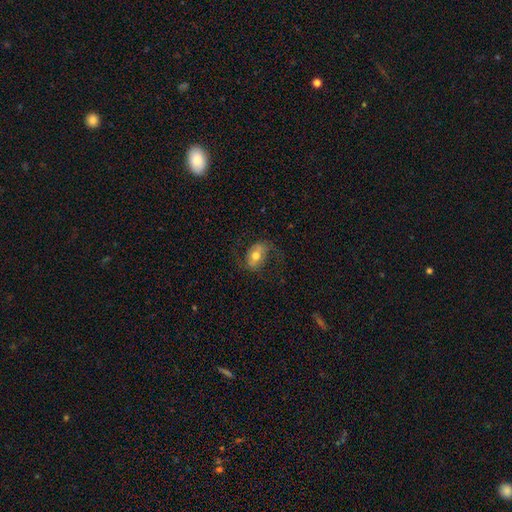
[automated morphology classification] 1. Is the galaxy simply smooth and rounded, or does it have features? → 51% featured or disk, 42% smooth, 8% star or artifact.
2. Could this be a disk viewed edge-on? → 93% no, 7% yes.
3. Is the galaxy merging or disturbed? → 67% none, 17% minor disturbance, 14% major disturbance, 1% merger.